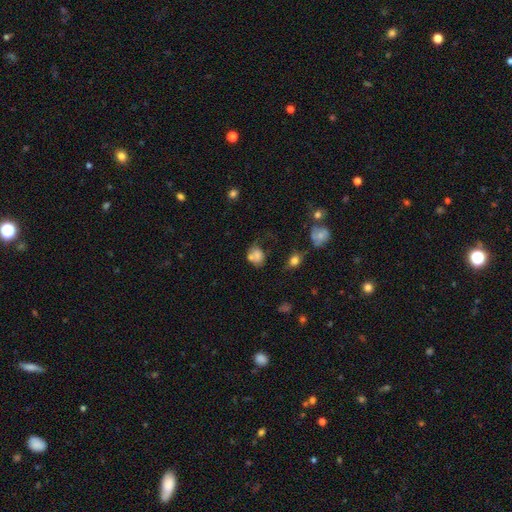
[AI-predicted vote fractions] This appears to be a smooth galaxy with no disk features (70%) that is round (52%). Merging: none (33%).